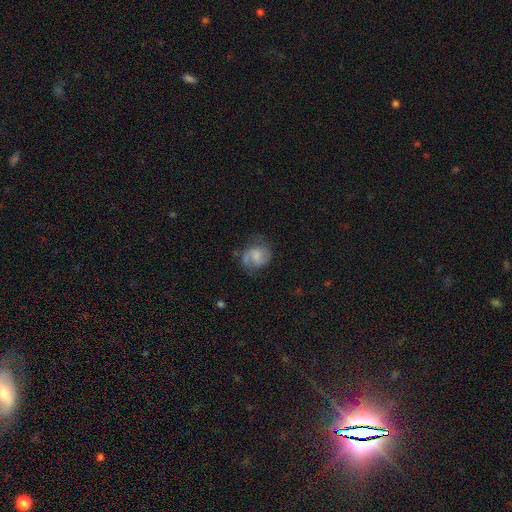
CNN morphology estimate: smooth_or_featured: featured or disk (p=0.60) [alt: smooth p=0.32]
disk_edge_on: no (p=0.98) [alt: yes p=0.02]
bar: no (p=0.47) [alt: weak p=0.43]
has_spiral_arms: yes (p=0.87) [alt: no p=0.13]
spiral_winding: medium (p=0.48) [alt: loose p=0.30]
spiral_arm_count: 2 (p=0.77) [alt: 1 p=0.10]
bulge_size: none (p=0.38) [alt: small p=0.27]
merging: none (p=0.57) [alt: minor disturbance p=0.24]